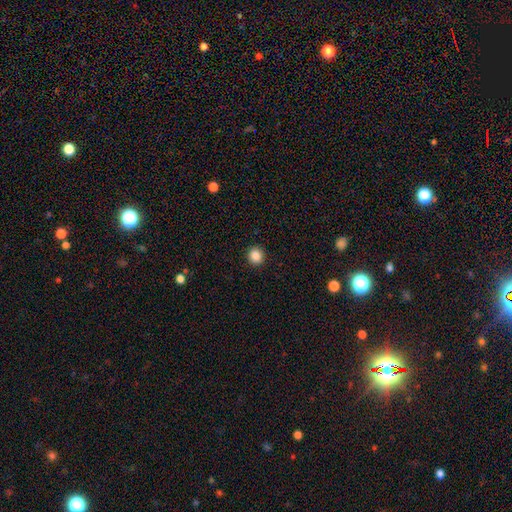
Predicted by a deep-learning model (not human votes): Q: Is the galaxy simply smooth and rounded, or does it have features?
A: smooth — 86%.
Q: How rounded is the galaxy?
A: round — 87%.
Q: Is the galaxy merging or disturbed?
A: none — 92%.